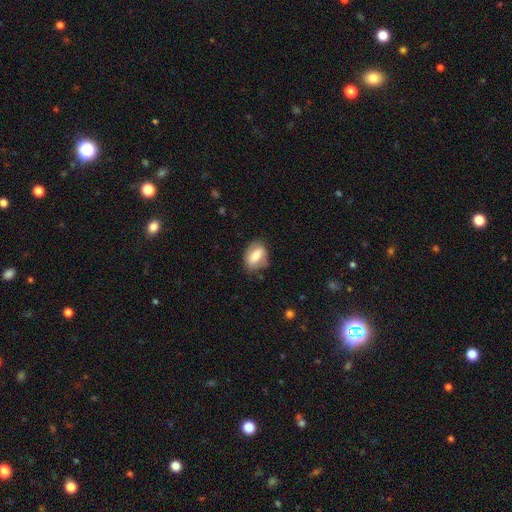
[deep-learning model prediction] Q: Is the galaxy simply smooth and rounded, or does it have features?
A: smooth — 61%.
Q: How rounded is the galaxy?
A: in between — 79%.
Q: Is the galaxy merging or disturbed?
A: none — 75%.